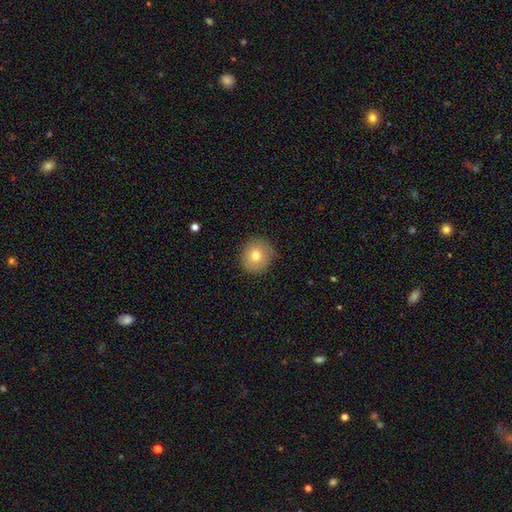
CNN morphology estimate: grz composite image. It shows a smooth galaxy with no disk features (75%) that is round (91%). Merging: none (80%).